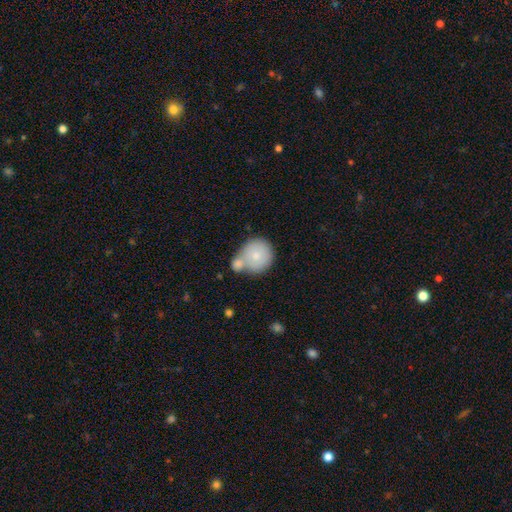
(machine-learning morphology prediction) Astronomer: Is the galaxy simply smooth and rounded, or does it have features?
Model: smooth — 78%.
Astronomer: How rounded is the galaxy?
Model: round — 87%.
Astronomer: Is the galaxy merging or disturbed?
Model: merger — 43% (runner-up: none, 40%).